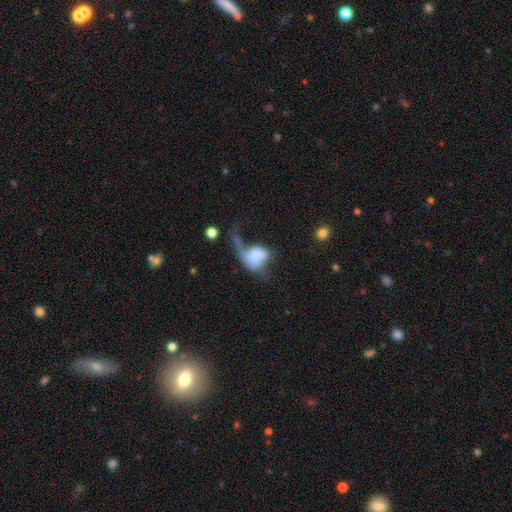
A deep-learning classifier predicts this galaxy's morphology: type=smooth (54%); roundness=in between (65%); merging=major disturbance (49%).